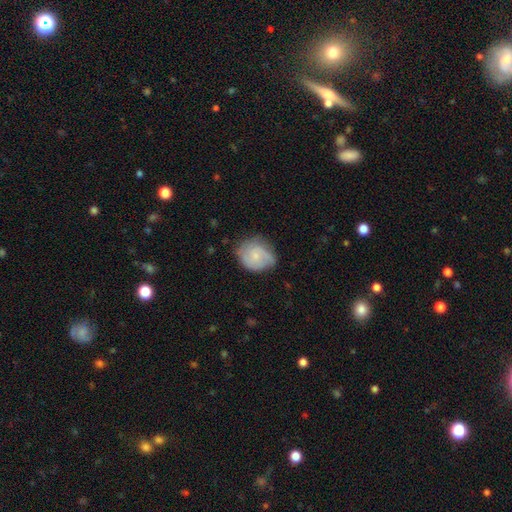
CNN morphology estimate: This is possibly a smooth galaxy (52%). How rounded: likely round (63%). Merging: possibly none (57%).